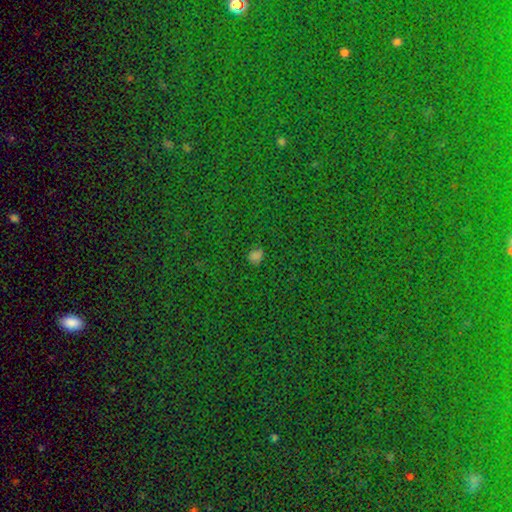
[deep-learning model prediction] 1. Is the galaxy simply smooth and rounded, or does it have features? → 58% smooth, 36% star or artifact, 6% featured or disk.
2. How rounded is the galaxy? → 50% in between, 48% round, 2% cigar-shaped.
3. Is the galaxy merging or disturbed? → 78% none, 14% minor disturbance, 5% major disturbance, 3% merger.